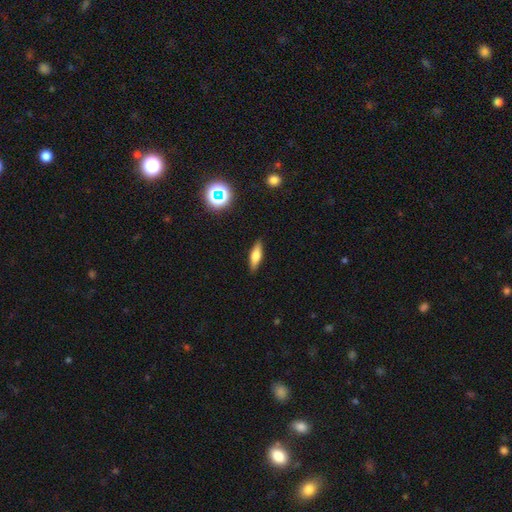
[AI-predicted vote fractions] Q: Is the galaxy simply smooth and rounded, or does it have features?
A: smooth — 59%.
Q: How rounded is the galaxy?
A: cigar-shaped — 54%.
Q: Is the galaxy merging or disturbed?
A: none — 88%.